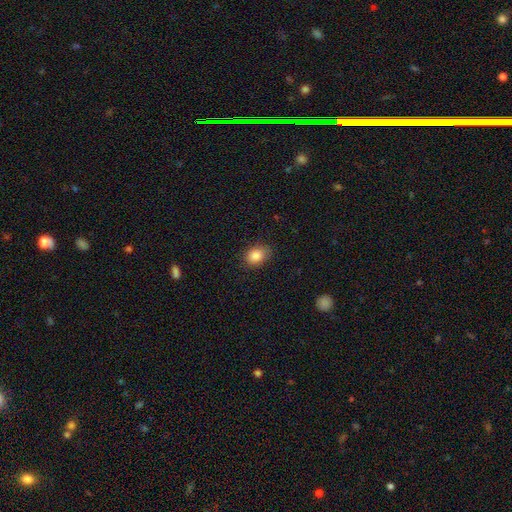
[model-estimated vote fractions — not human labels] Overall: smooth (86%). How rounded: in between (65%; round 33%). Merging: none (78%).